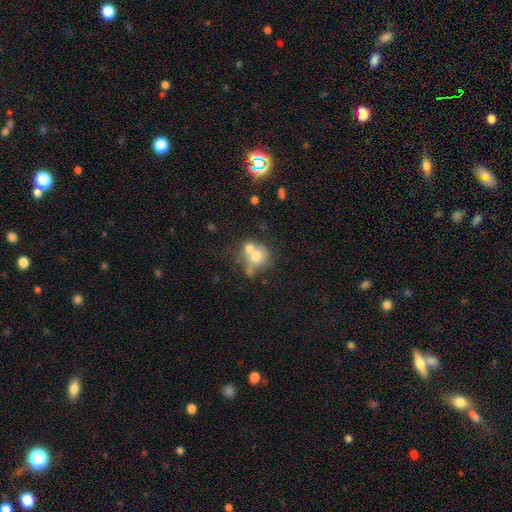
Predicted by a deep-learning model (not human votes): A smooth galaxy with no disk features (64%) that is round (70%).

Vote fractions:
- Smooth or featured? smooth: 64% / featured or disk: 25% / star or artifact: 11%
- How rounded? round: 70% / in between: 29% / cigar-shaped: 1%
- Merging? merger: 56% / none: 26% / minor disturbance: 10% / major disturbance: 7%